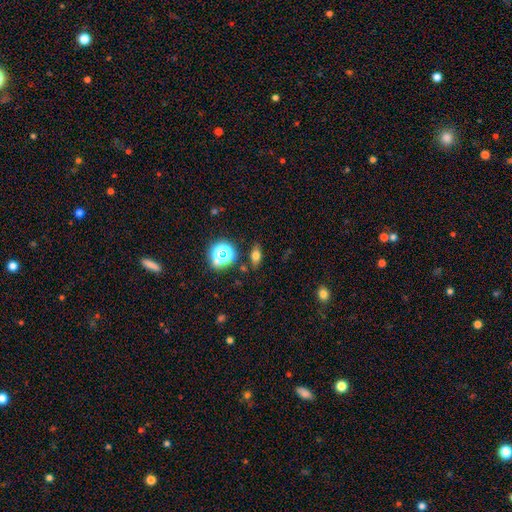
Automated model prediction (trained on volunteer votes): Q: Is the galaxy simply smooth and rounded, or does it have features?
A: smooth — 66%.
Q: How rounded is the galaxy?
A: in between — 76%.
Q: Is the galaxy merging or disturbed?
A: none — 83%.